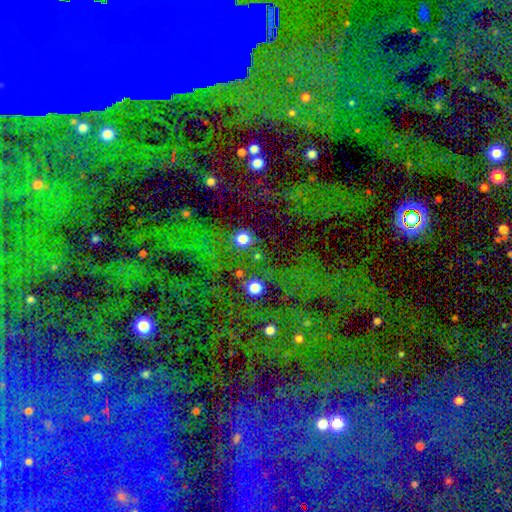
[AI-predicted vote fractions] smooth-or-featured: star or artifact: 79% | featured or disk: 11% | smooth: 10%